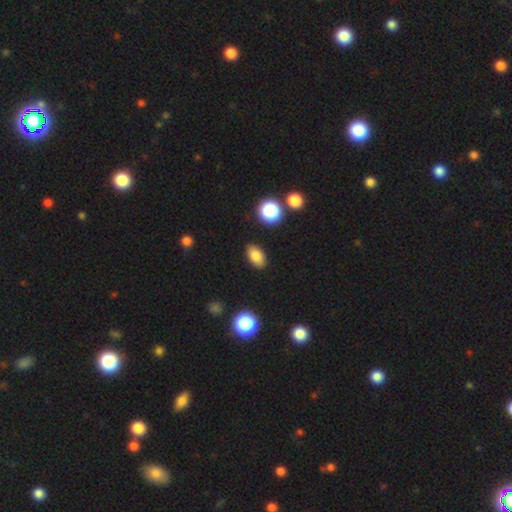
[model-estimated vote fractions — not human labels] A smooth galaxy with no disk features (82%) that is in between round and cigar-shaped (89%).

Vote fractions:
- Smooth or featured? smooth: 82% / star or artifact: 10% / featured or disk: 8%
- How rounded? in between: 89% / round: 9% / cigar-shaped: 2%
- Merging? none: 87% / minor disturbance: 9% / major disturbance: 2% / merger: 2%